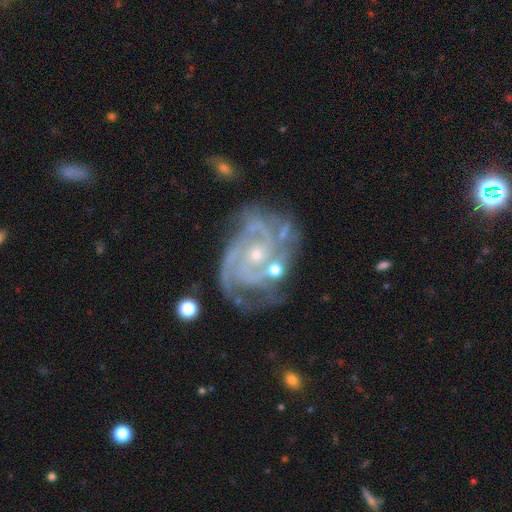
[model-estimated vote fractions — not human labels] This appears to be a featured or disk galaxy (90%) with no bar (71%), 3 (31%) tight (64%) spiral arms (97%) and a small central bulge (64%). Merging: none (57%).